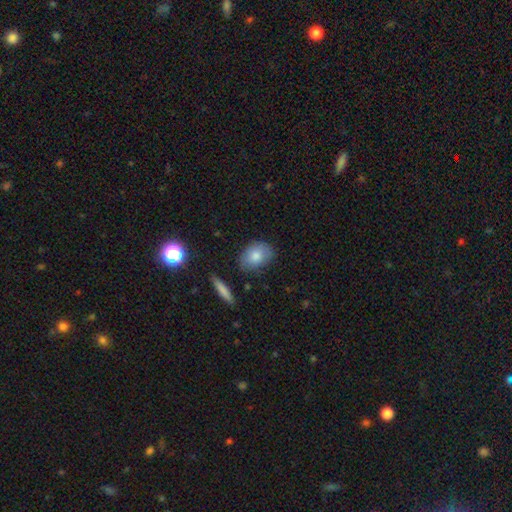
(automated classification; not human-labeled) Smooth or featured? Predicted: smooth (p=0.79). How rounded? Predicted: in between (p=0.71). Merging? Predicted: none (p=0.73).